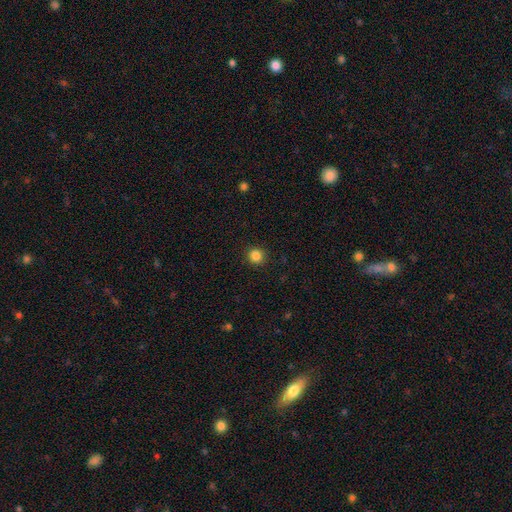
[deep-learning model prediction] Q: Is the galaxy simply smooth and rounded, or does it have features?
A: smooth — 85%.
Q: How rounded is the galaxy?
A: round — 92%.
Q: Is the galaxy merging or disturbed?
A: none — 92%.